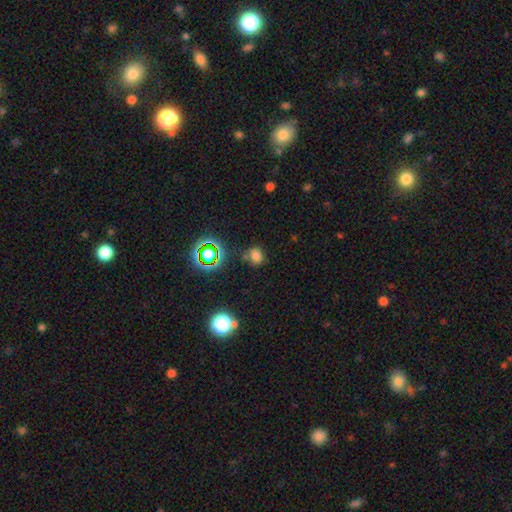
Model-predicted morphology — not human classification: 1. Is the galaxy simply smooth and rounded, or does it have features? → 67% smooth, 25% star or artifact, 8% featured or disk.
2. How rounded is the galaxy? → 64% round, 35% in between, 1% cigar-shaped.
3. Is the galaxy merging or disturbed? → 65% none, 18% minor disturbance, 10% merger, 6% major disturbance.